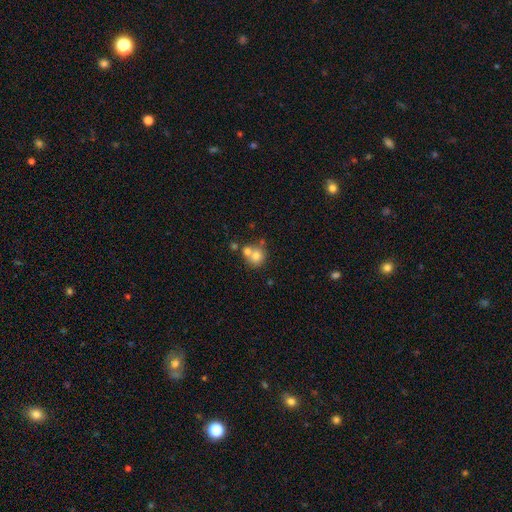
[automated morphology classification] type=smooth (73%); roundness=round (81%); merging=merger (47%).